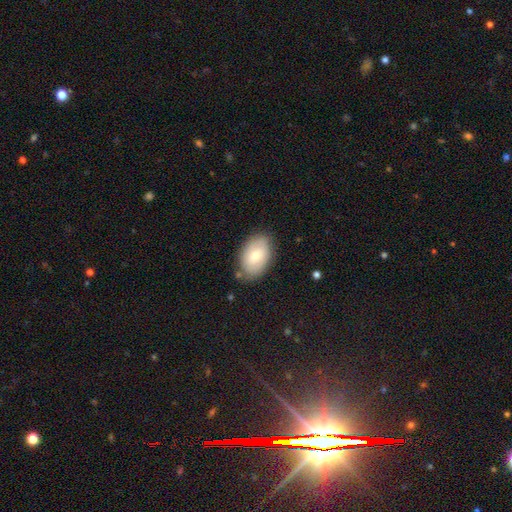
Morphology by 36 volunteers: Volunteers were most divided on "smooth or featured": smooth: 67%, featured or disk: 31%, star or artifact: 3%. More confident: how rounded — in between (92%); merging — none (66%).